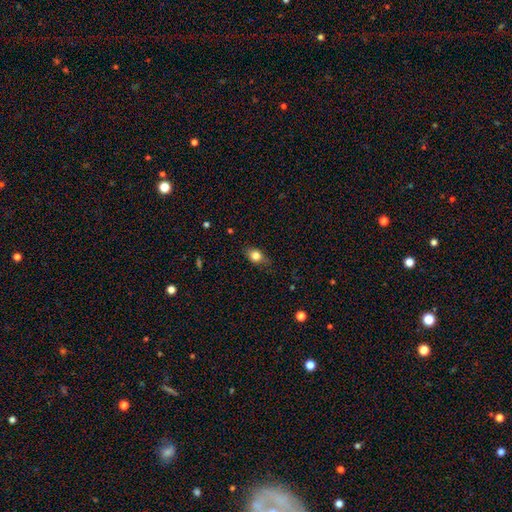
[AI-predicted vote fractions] A smooth galaxy with no disk features (79%) that is in between round and cigar-shaped (60%).

Vote fractions:
- Smooth or featured? smooth: 79% / featured or disk: 11% / star or artifact: 10%
- How rounded? in between: 60% / round: 36% / cigar-shaped: 4%
- Merging? none: 72% / minor disturbance: 22% / major disturbance: 5% / merger: 1%